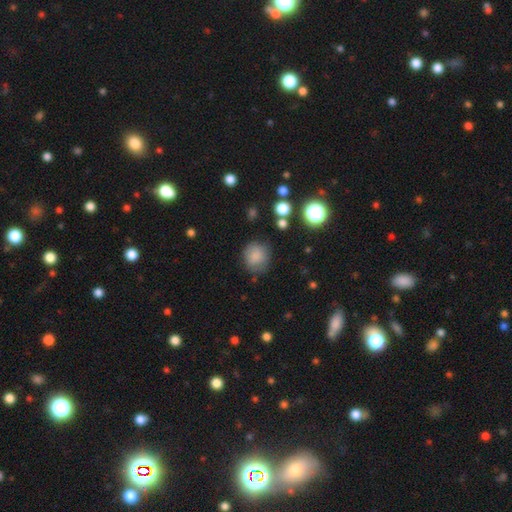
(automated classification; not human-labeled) This is clearly a smooth galaxy (82%). How rounded: clearly round (83%). Merging: likely none (76%).